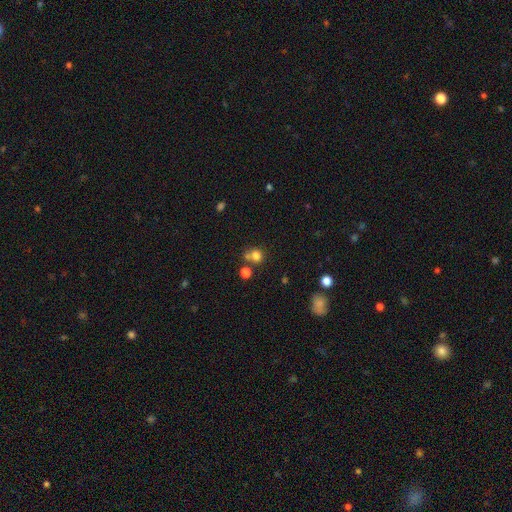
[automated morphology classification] This is likely a smooth galaxy (76%). How rounded: clearly round (82%). Merging: possibly none (56%).